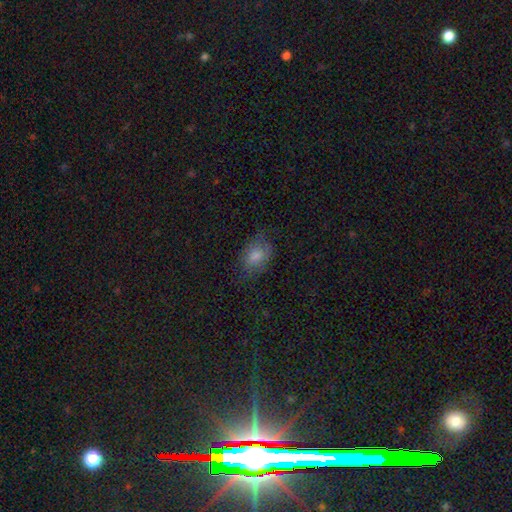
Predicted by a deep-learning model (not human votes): smooth_or_featured: smooth (p=0.72) [alt: featured or disk p=0.15]
how_rounded: in between (p=0.77) [alt: round p=0.21]
merging: none (p=0.67) [alt: minor disturbance p=0.23]